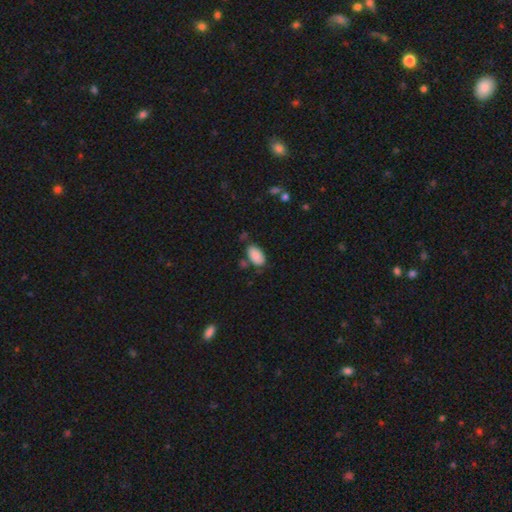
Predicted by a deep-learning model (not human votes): Morphology: type=smooth (88%); roundness=in between (95%); merging=none (72%).